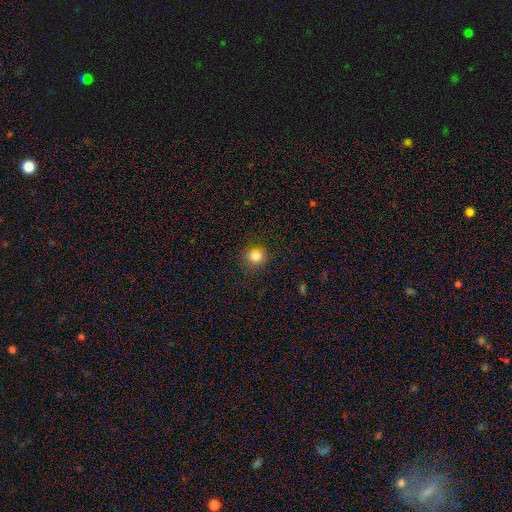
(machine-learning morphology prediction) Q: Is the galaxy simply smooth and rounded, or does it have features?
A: smooth — 84%.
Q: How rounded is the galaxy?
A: round — 88%.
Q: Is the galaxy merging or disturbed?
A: none — 85%.